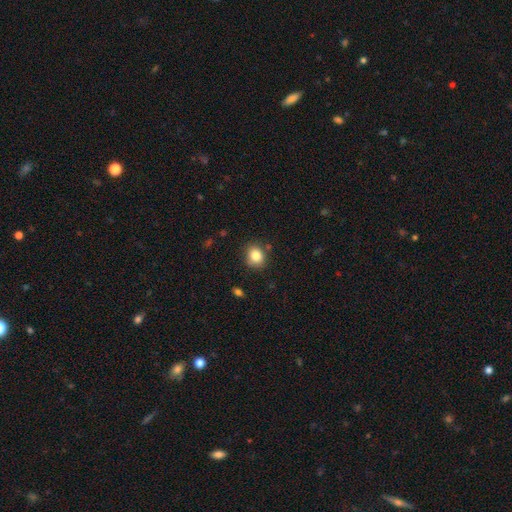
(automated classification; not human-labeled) This appears to be a smooth galaxy with no disk features (83%) that is round (67%). Merging: none (82%).